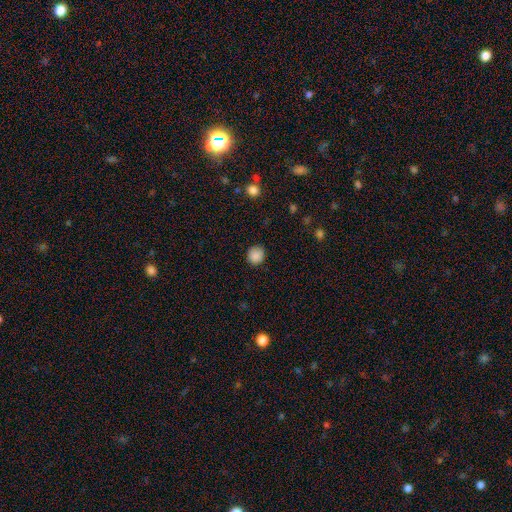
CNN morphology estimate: A smooth galaxy with no disk features (88%) that is round (90%).

Vote fractions:
- Smooth or featured? smooth: 88% / star or artifact: 9% / featured or disk: 3%
- How rounded? round: 90% / in between: 9% / cigar-shaped: 1%
- Merging? none: 87% / minor disturbance: 10% / major disturbance: 2% / merger: 1%